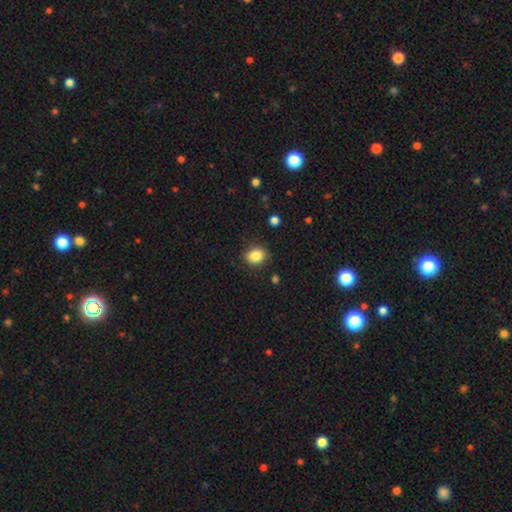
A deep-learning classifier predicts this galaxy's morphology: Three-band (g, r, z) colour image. It shows a smooth galaxy with no disk features (86%) that is round (52%). Merging: none (86%).